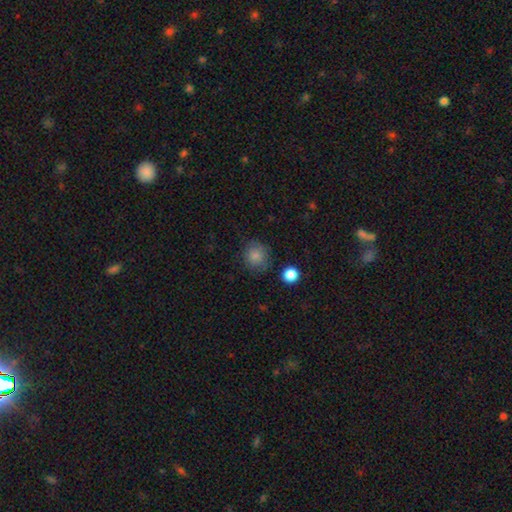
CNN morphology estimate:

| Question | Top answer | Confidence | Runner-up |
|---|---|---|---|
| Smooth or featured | smooth | 84% | star or artifact (11%) |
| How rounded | round | 88% | in between (11%) |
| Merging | none | 81% | minor disturbance (13%) |